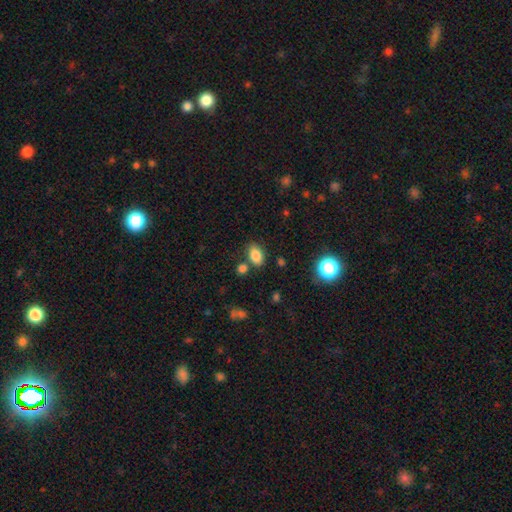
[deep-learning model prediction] Morphology: type=smooth (83%); roundness=in between (86%); merging=none (75%).